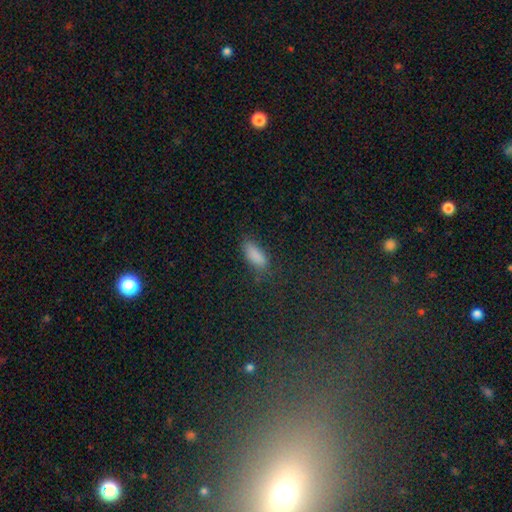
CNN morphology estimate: smooth_or_featured: smooth (p=0.84) [alt: star or artifact p=0.10]
how_rounded: in between (p=0.80) [alt: cigar-shaped p=0.17]
merging: none (p=0.72) [alt: minor disturbance p=0.20]